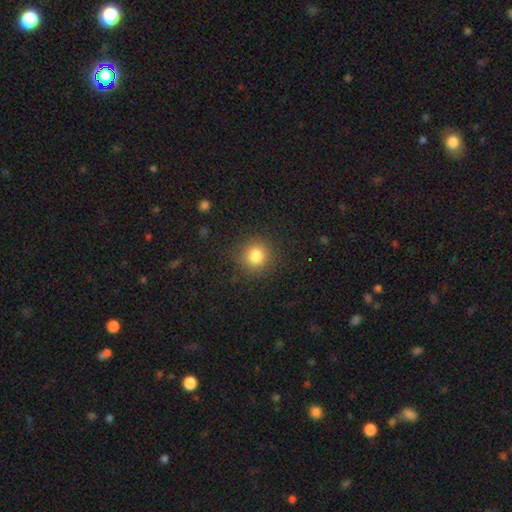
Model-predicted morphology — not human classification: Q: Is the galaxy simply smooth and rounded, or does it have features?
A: smooth — 82%.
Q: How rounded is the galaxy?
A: round — 92%.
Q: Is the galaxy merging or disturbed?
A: none — 89%.